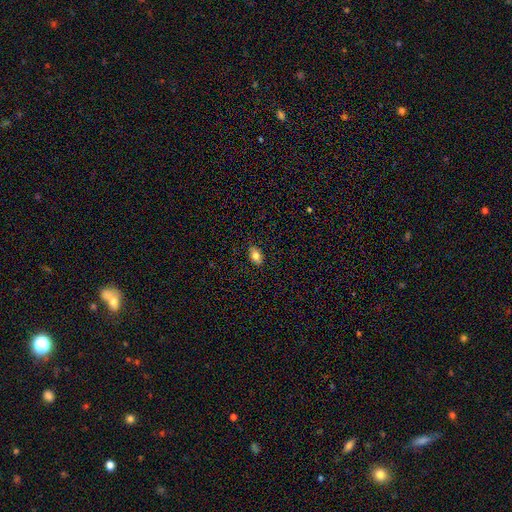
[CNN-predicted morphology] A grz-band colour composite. It shows a smooth galaxy with no disk features (78%) that is in between round and cigar-shaped (88%). Merging: none (86%).